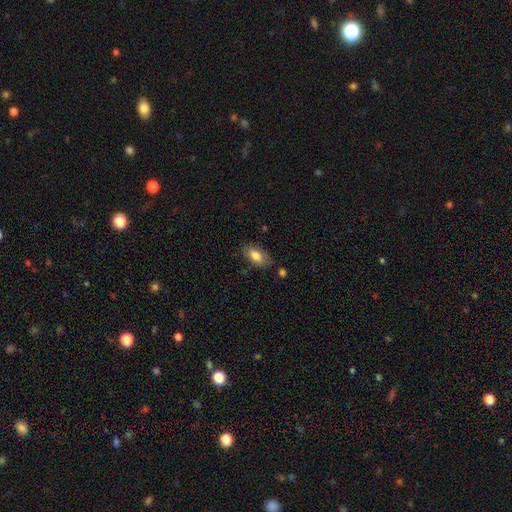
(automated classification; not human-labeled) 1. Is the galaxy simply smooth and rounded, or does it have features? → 79% smooth, 14% featured or disk, 7% star or artifact.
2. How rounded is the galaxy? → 92% in between, 4% round, 4% cigar-shaped.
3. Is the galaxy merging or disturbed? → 78% none, 16% minor disturbance, 3% major disturbance, 3% merger.